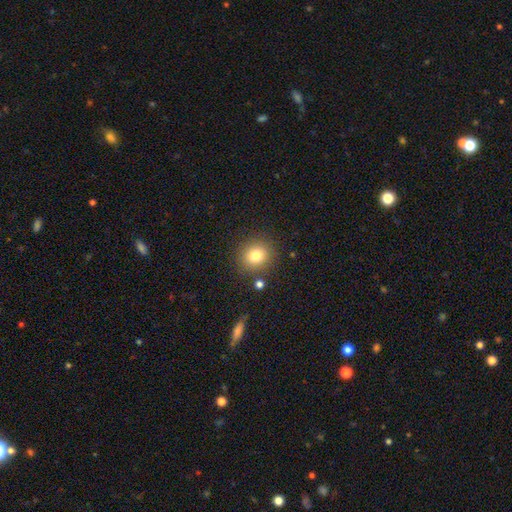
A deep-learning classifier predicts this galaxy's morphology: smooth_or_featured: smooth (p=0.80) [alt: star or artifact p=0.12]
how_rounded: round (p=0.84) [alt: in between p=0.15]
merging: none (p=0.84) [alt: minor disturbance p=0.08]